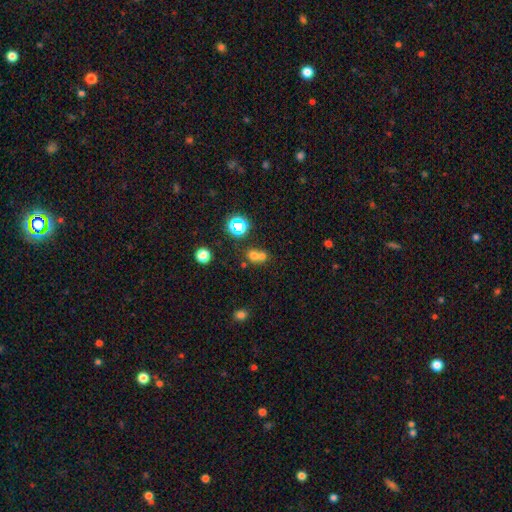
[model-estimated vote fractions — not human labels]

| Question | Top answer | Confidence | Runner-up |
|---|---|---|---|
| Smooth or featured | smooth | 63% | star or artifact (23%) |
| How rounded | round | 76% | in between (22%) |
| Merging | merger | 56% | none (36%) |